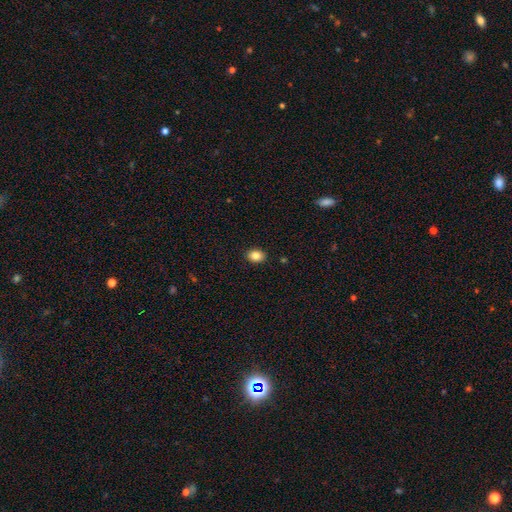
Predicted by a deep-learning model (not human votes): Smooth or featured?
  - smooth: 85% *
  - star or artifact: 9%
  - featured or disk: 6%
How rounded?
  - in between: 65% *
  - round: 34%
  - cigar-shaped: 1%
Merging?
  - none: 90% *
  - minor disturbance: 7%
  - major disturbance: 2%
  - merger: 1%